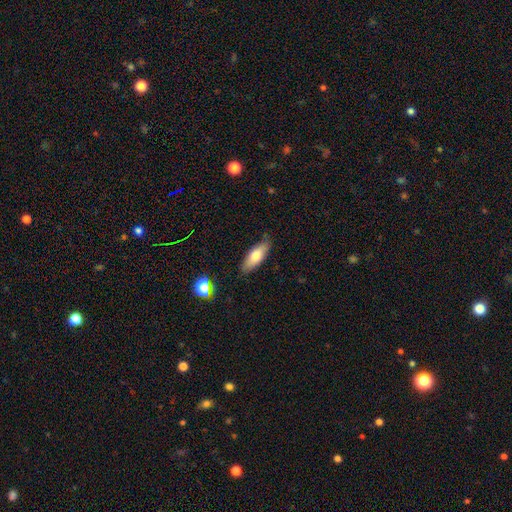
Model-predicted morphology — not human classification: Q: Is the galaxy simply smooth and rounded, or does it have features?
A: smooth — 73%.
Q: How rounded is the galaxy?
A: in between — 70%.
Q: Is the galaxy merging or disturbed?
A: none — 81%.